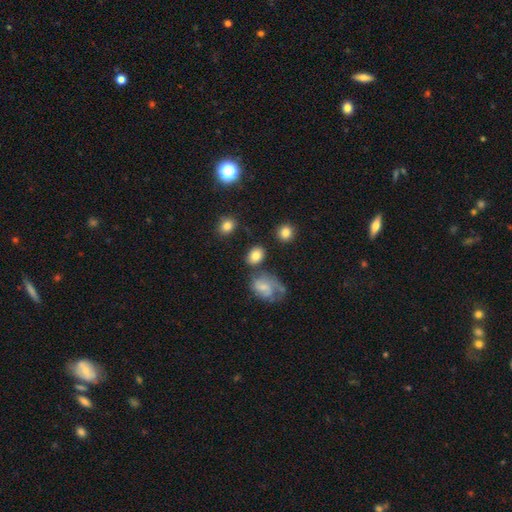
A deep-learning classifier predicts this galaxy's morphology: This appears to be a smooth galaxy with no disk features (77%) that is in between round and cigar-shaped (67%). Merging: none (69%).